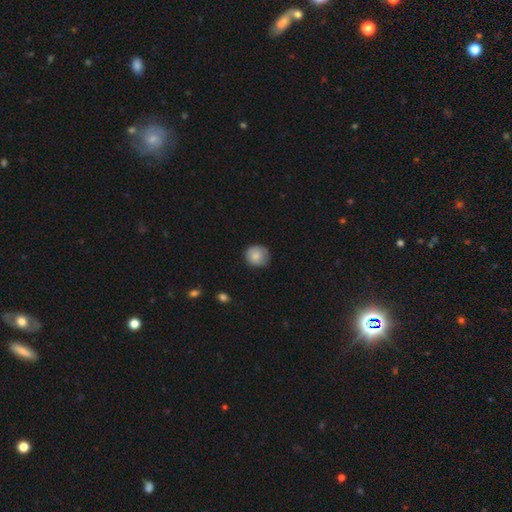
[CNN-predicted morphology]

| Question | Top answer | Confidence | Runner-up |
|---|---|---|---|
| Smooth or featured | smooth | 83% | featured or disk (10%) |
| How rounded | round | 85% | in between (14%) |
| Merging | none | 79% | minor disturbance (17%) |